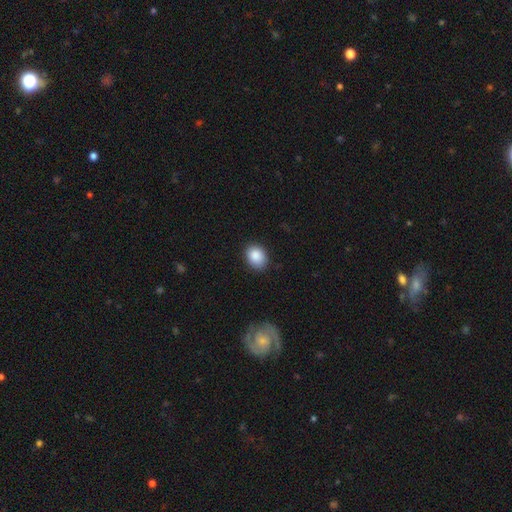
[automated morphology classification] Smooth or featured? smooth (88%)
How rounded? in between (58%)
Merging? none (84%)